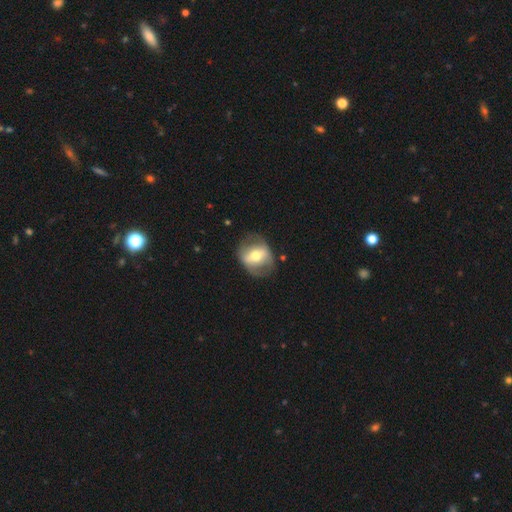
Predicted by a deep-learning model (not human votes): Morphology: type=featured or disk (55%); edge-on=no (87%); merging=none (71%).